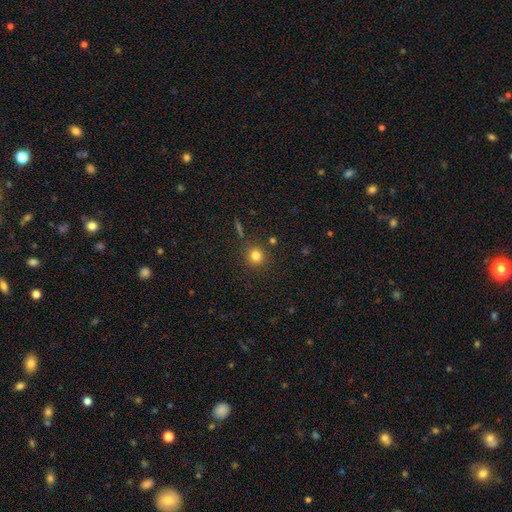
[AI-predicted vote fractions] Q: Smooth or featured?
A: smooth (81%); runner-up: star or artifact (13%)
Q: How rounded?
A: round (91%); runner-up: in between (8%)
Q: Merging?
A: none (85%); runner-up: minor disturbance (8%)